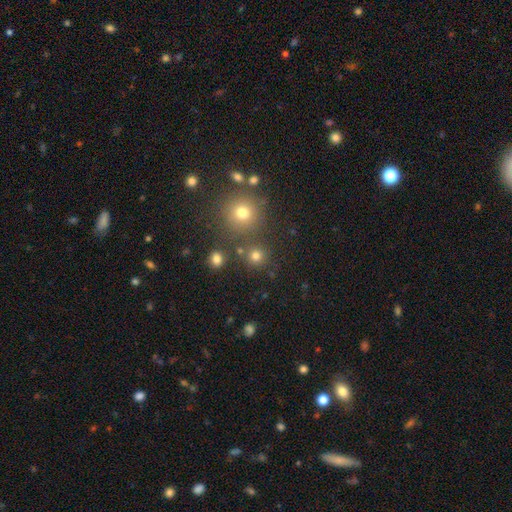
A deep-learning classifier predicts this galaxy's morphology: This is likely a smooth galaxy (76%). How rounded: clearly round (93%). Merging: clearly none (81%).